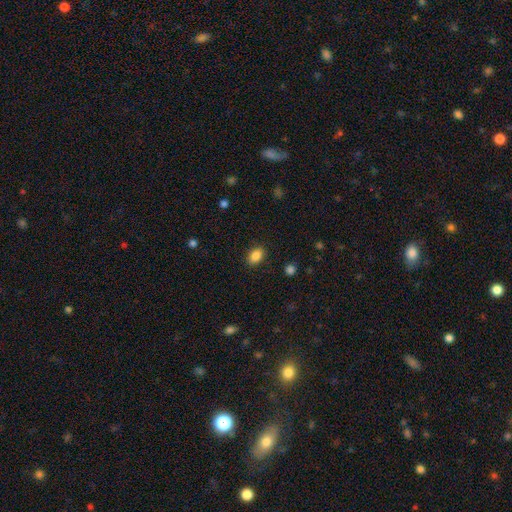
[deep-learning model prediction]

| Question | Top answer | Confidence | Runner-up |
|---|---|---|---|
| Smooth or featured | smooth | 87% | star or artifact (9%) |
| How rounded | in between | 80% | round (18%) |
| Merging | none | 88% | minor disturbance (8%) |